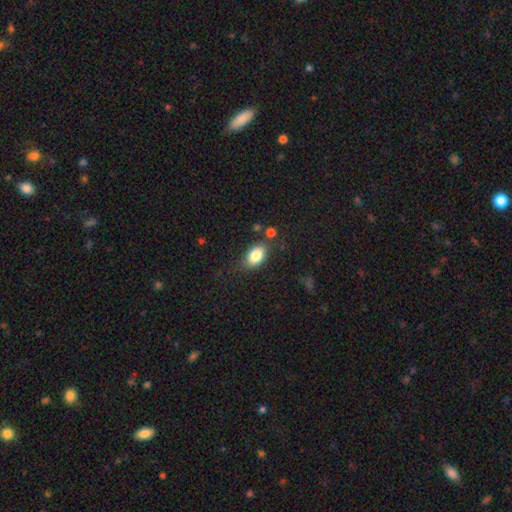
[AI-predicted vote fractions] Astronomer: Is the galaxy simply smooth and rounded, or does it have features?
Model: smooth — 83%.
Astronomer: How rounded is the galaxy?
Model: in between — 88%.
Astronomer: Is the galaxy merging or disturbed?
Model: none — 75%.